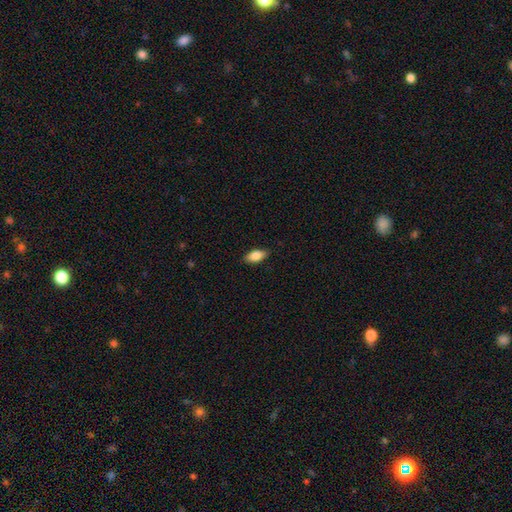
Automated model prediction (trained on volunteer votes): Q: Smooth or featured?
A: smooth (84%); runner-up: featured or disk (9%)
Q: How rounded?
A: in between (88%); runner-up: cigar-shaped (9%)
Q: Merging?
A: none (86%); runner-up: minor disturbance (11%)